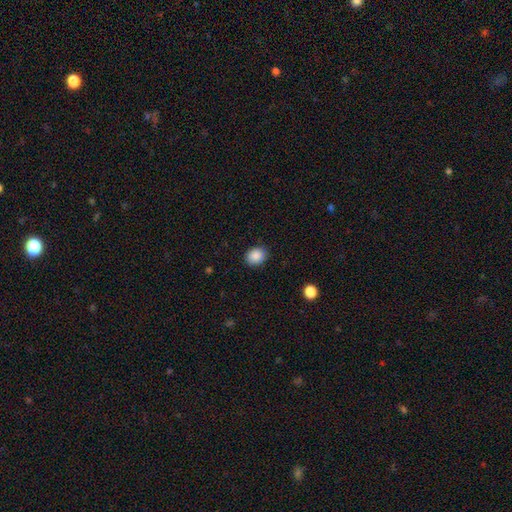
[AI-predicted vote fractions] Overall: smooth (87%). How rounded: round (59%; in between 40%). Merging: none (88%).